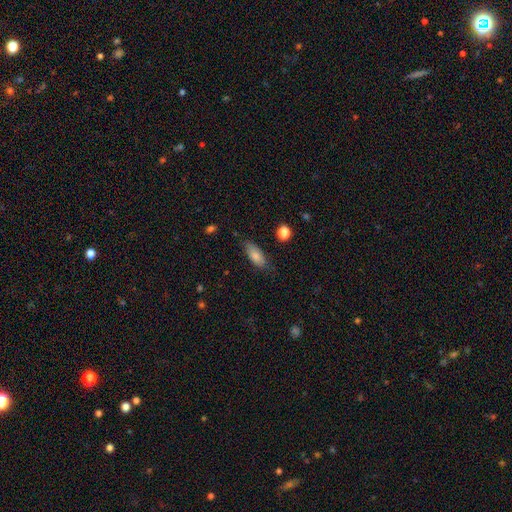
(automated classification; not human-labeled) Morphology: type=smooth (80%); roundness=in between (78%); merging=none (73%).